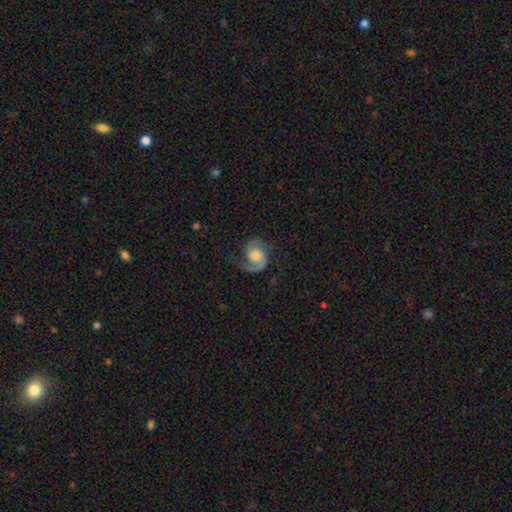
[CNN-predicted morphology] Overall: featured or disk (87%). Edge-on disk: no (98%). Bar: no (67%; weak 28%). Spiral arms: yes (97%). Spiral arm count: 2 (79%). Spiral winding: medium (53%; tight 25%). Bulge size: moderate (52%; large 19%). Merging: none (70%).